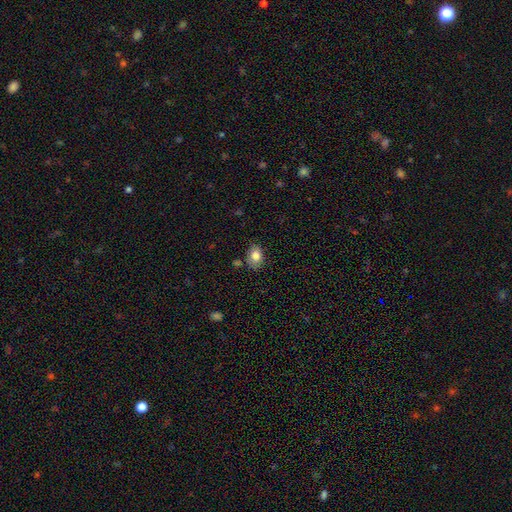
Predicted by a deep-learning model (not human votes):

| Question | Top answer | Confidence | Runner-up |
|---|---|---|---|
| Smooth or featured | smooth | 82% | featured or disk (10%) |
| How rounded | in between | 72% | round (27%) |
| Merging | none | 77% | minor disturbance (16%) |